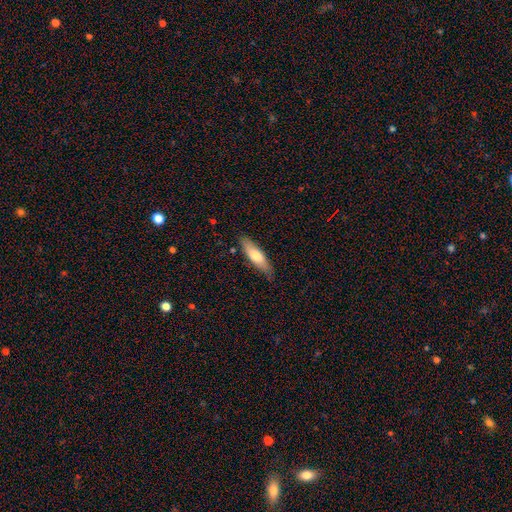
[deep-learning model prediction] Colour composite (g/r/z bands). It shows a smooth galaxy with no disk features (70%) that is cigar-shaped (56%). Merging: none (81%).